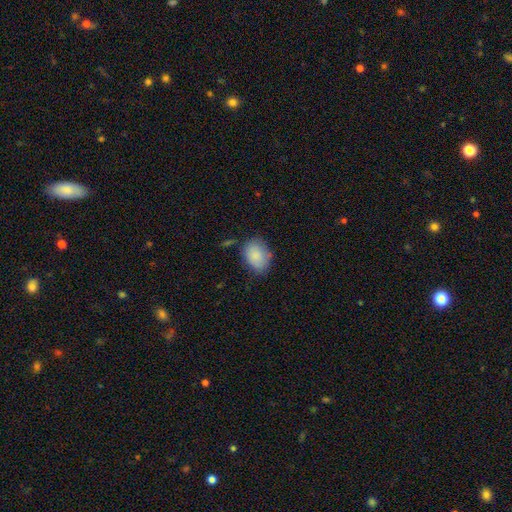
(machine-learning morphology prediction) A smooth galaxy with no disk features (86%) that is in between round and cigar-shaped (78%).

Vote fractions:
- Smooth or featured? smooth: 86% / featured or disk: 7% / star or artifact: 7%
- How rounded? in between: 78% / round: 21% / cigar-shaped: 1%
- Merging? none: 67% / minor disturbance: 23% / major disturbance: 5% / merger: 4%